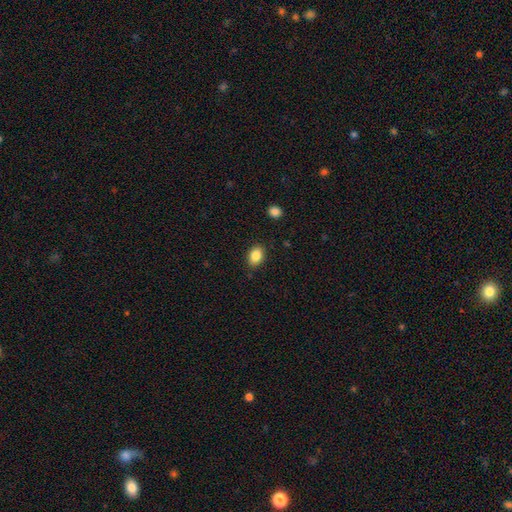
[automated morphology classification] smooth_or_featured: smooth (p=0.87) [alt: star or artifact p=0.08]
how_rounded: in between (p=0.80) [alt: round p=0.18]
merging: none (p=0.86) [alt: minor disturbance p=0.10]